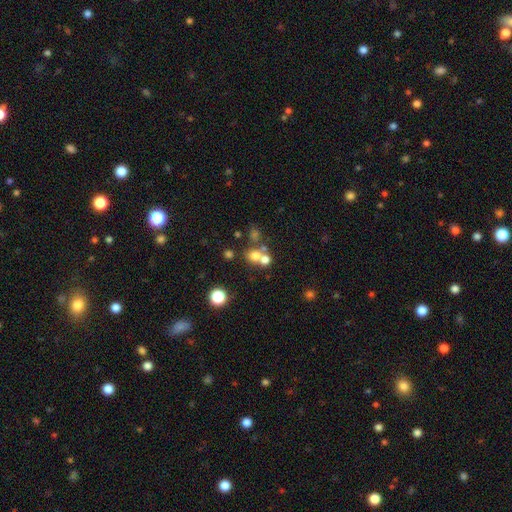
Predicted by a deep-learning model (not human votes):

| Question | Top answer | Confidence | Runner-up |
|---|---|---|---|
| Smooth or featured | smooth | 68% | star or artifact (19%) |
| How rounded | round | 81% | in between (18%) |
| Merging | none | 44% | tied: merger (44%) |